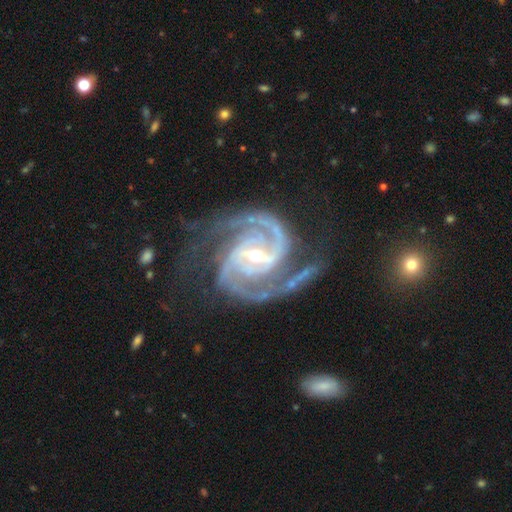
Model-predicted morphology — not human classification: featured or disk 94%, star or artifact 4%, smooth 2%. Down the decision tree: edge-on disk — no (98%); bar — weak (40%); spiral arms — yes (99%); spiral arm count — 2 (78%); spiral winding — medium (52%); bulge size — small (60%); merging — none (69%).